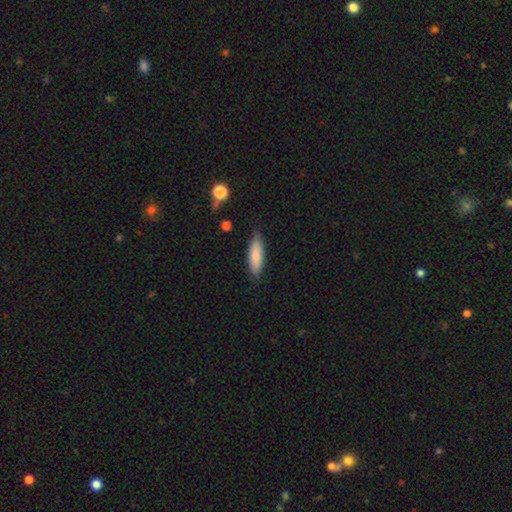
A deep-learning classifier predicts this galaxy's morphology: This appears to be a smooth galaxy with no disk features (83%) that is cigar-shaped (52%). Merging: none (84%).